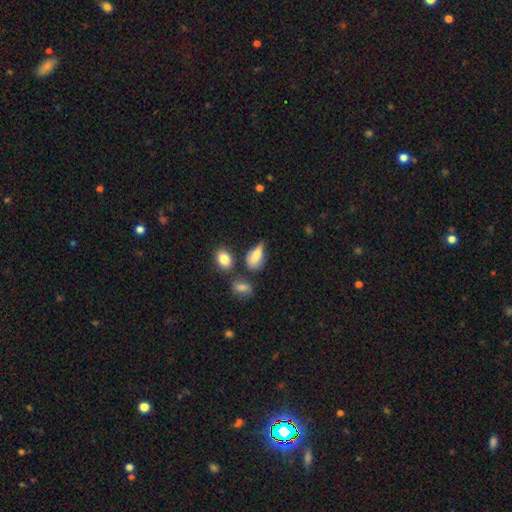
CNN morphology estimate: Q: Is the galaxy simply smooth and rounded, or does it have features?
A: smooth — 76%.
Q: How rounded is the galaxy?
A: in between — 84%.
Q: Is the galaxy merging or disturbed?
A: none — 39%.